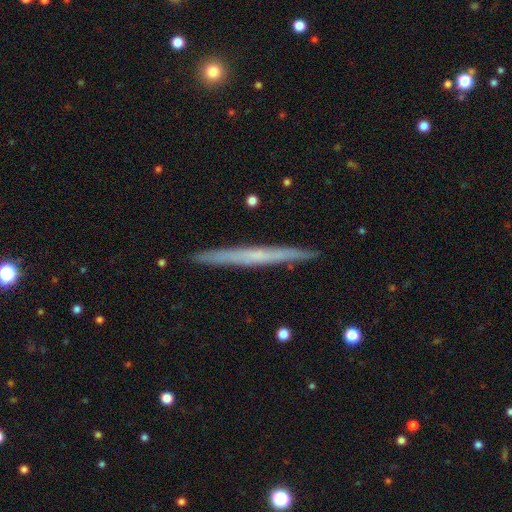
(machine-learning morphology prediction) smooth_or_featured: featured or disk (p=0.58) [alt: smooth p=0.36]
disk_edge_on: yes (p=0.97) [alt: no p=0.03]
edge_on_bulge: none (p=0.79) [alt: rounded p=0.17]
merging: none (p=0.92) [alt: minor disturbance p=0.06]